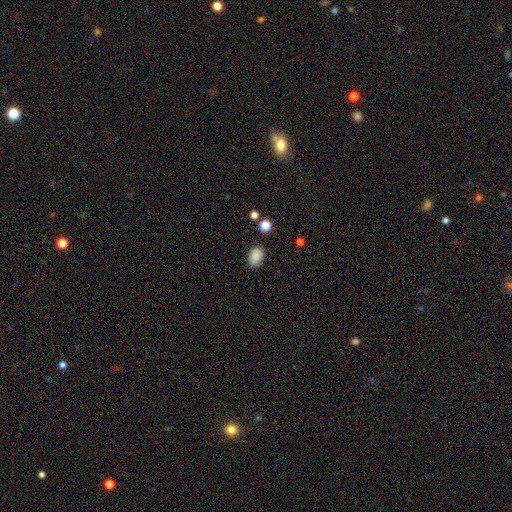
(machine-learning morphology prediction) smooth_or_featured: smooth (p=0.87) [alt: star or artifact p=0.09]
how_rounded: in between (p=0.73) [alt: round p=0.26]
merging: none (p=0.81) [alt: minor disturbance p=0.14]